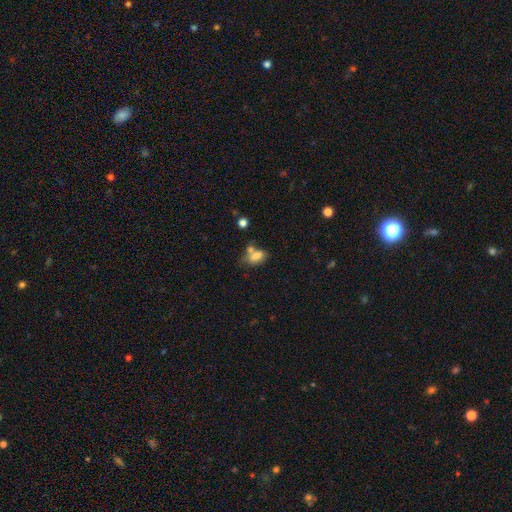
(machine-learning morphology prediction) This is likely a smooth galaxy (75%). How rounded: clearly in between (85%). Merging: marginally none (39%).